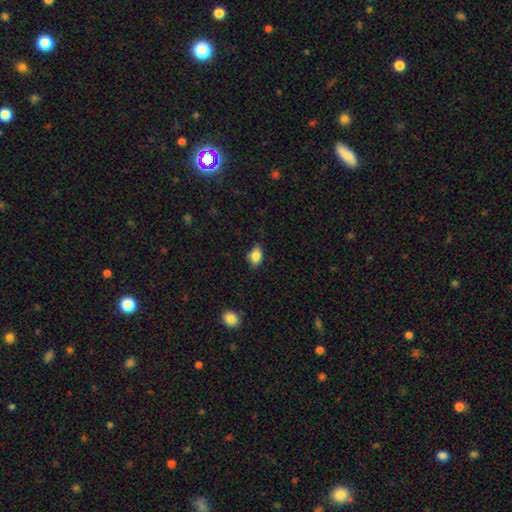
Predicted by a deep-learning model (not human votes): A smooth galaxy with no disk features (84%) that is in between round and cigar-shaped (78%).

Vote fractions:
- Smooth or featured? smooth: 84% / star or artifact: 9% / featured or disk: 7%
- How rounded? in between: 78% / round: 20% / cigar-shaped: 2%
- Merging? none: 73% / minor disturbance: 22% / major disturbance: 4% / merger: 2%